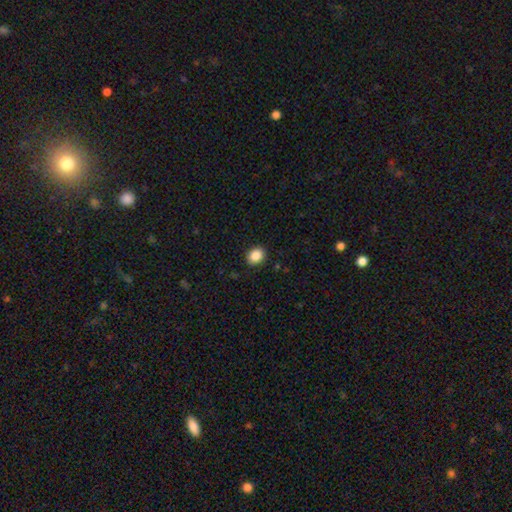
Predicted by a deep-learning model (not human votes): smooth-or-featured: smooth: 88% | star or artifact: 9% | featured or disk: 4%
  how-rounded: round: 53% | in between: 46% | cigar-shaped: 1%
  merging: none: 90% | minor disturbance: 7% | major disturbance: 2% | merger: 1%